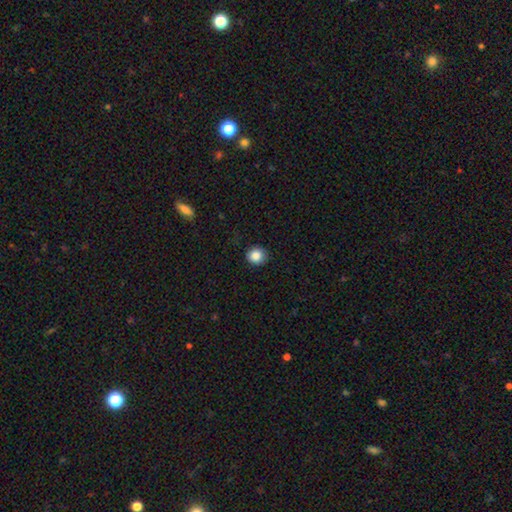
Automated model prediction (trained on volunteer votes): A smooth galaxy with no disk features (87%) that is round (88%).

Vote fractions:
- Smooth or featured? smooth: 87% / star or artifact: 10% / featured or disk: 4%
- How rounded? round: 88% / in between: 11% / cigar-shaped: 1%
- Merging? none: 89% / minor disturbance: 8% / major disturbance: 2% / merger: 1%